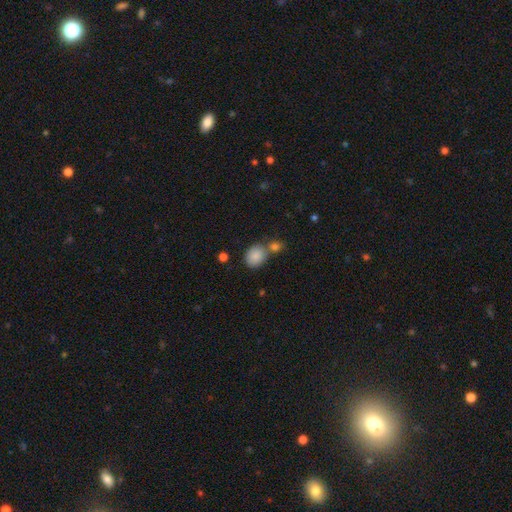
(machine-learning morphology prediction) Smooth or featured?
  - smooth: 86% *
  - star or artifact: 8%
  - featured or disk: 6%
How rounded?
  - round: 54% *
  - in between: 45%
  - cigar-shaped: 1%
Merging?
  - none: 55% *
  - merger: 30%
  - minor disturbance: 12%
  - major disturbance: 4%